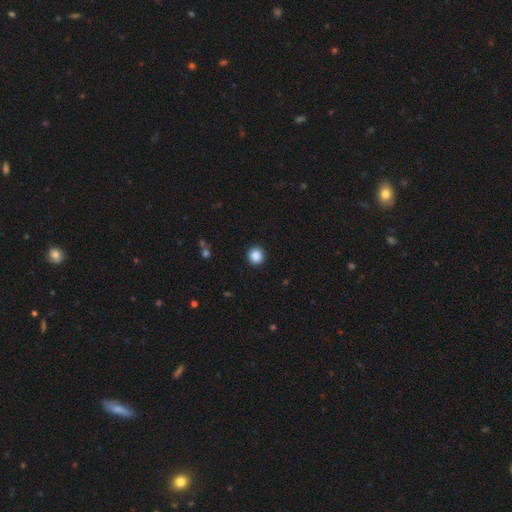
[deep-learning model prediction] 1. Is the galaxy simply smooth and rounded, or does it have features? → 88% smooth, 10% star or artifact, 3% featured or disk.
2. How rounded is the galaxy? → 91% round, 8% in between, 1% cigar-shaped.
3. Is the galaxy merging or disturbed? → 92% none, 5% minor disturbance, 2% major disturbance, 1% merger.